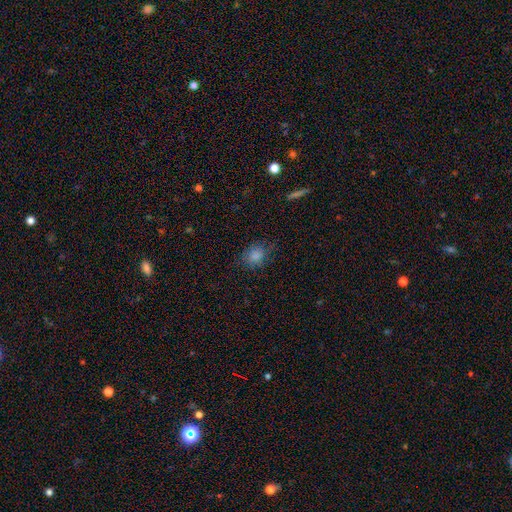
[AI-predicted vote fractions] Overall: smooth (82%). How rounded: round (54%; in between 45%). Merging: none (73%).